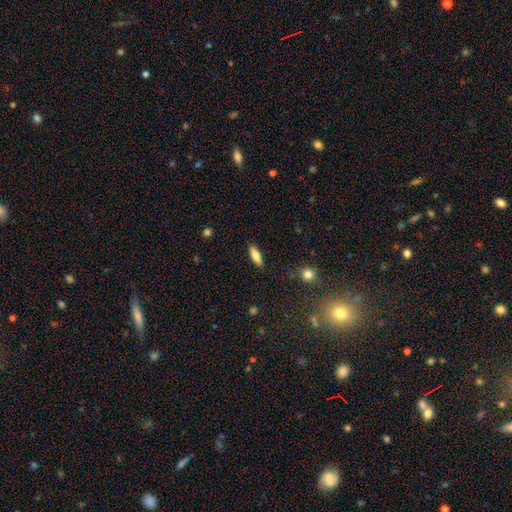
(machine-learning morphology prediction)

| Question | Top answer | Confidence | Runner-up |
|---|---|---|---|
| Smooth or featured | smooth | 80% | featured or disk (13%) |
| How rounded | in between | 56% | cigar-shaped (42%) |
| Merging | none | 88% | minor disturbance (9%) |